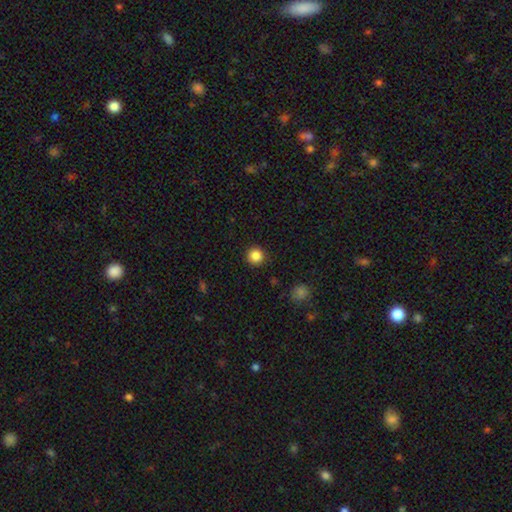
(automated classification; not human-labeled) smooth 86%, star or artifact 11%, featured or disk 4%. Down the decision tree: how rounded — round (94%); merging — none (92%).